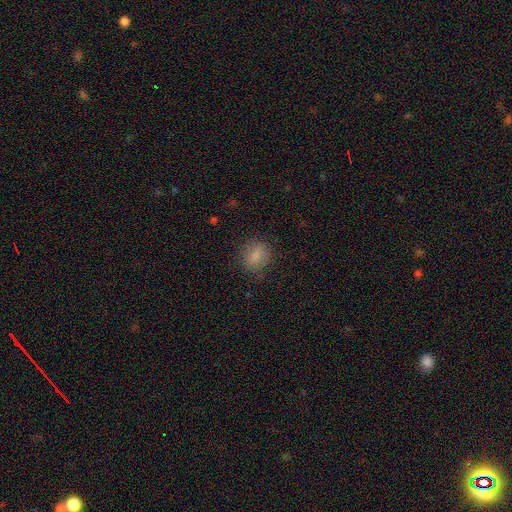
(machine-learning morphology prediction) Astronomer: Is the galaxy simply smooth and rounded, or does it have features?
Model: smooth — 82%.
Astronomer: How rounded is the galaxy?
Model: round — 51% (runner-up: in between, 47%).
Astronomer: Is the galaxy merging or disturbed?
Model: none — 78%.